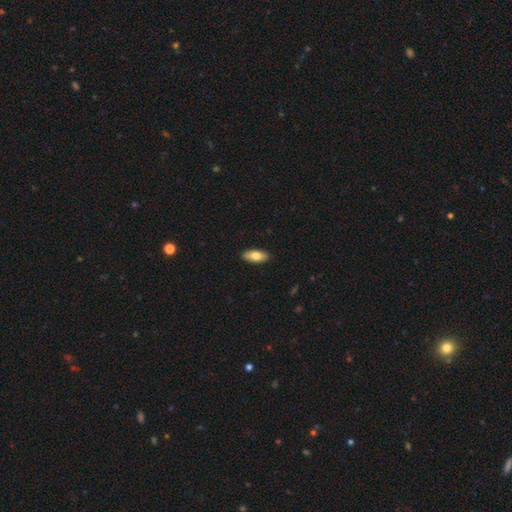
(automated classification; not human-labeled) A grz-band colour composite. It shows a smooth galaxy with no disk features (78%) that is in between round and cigar-shaped (84%). Merging: none (90%).